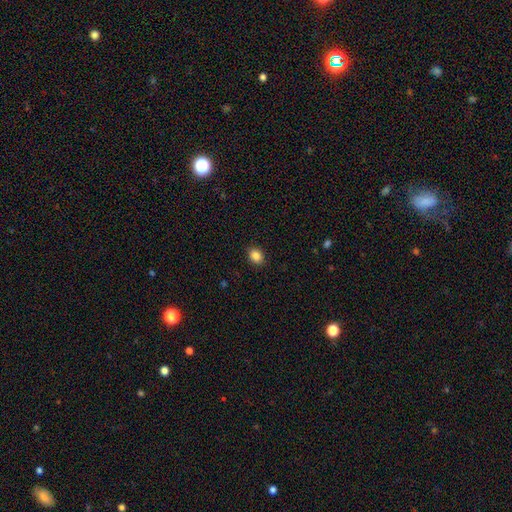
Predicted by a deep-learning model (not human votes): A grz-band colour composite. It shows a smooth galaxy with no disk features (87%) that is in between round and cigar-shaped (50%). Merging: none (89%).